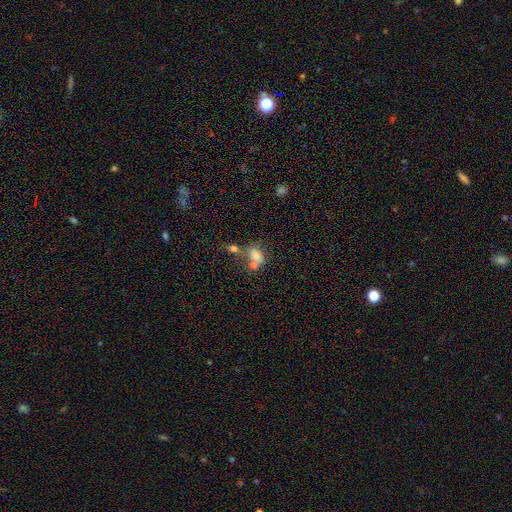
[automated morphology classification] This appears to be a smooth galaxy with no disk features (67%) that is in between round and cigar-shaped (68%). Merging: merger (50%).